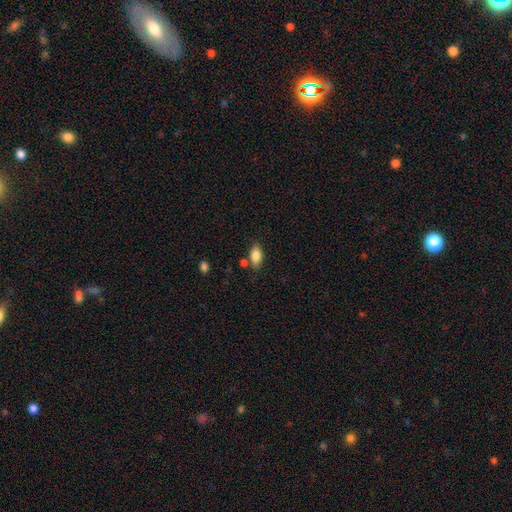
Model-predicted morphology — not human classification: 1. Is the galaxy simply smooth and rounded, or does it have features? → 84% smooth, 8% featured or disk, 8% star or artifact.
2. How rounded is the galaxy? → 90% in between, 6% cigar-shaped, 4% round.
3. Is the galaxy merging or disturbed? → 75% none, 13% minor disturbance, 8% merger, 3% major disturbance.